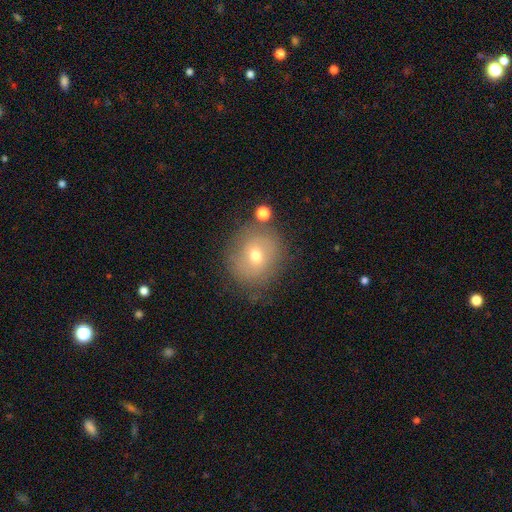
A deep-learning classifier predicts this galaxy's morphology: The model was most divided on "smooth or featured": smooth: 58%, featured or disk: 29%, star or artifact: 14%. More confident: how rounded — round (81%); merging — none (75%).